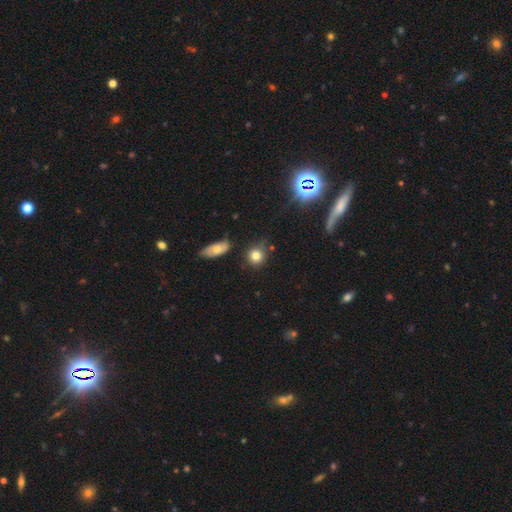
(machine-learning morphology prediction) Smooth or featured: smooth — 79% (star or artifact — 13%)
How rounded: round — 82% (in between — 16%)
Merging: none — 73% (minor disturbance — 16%)